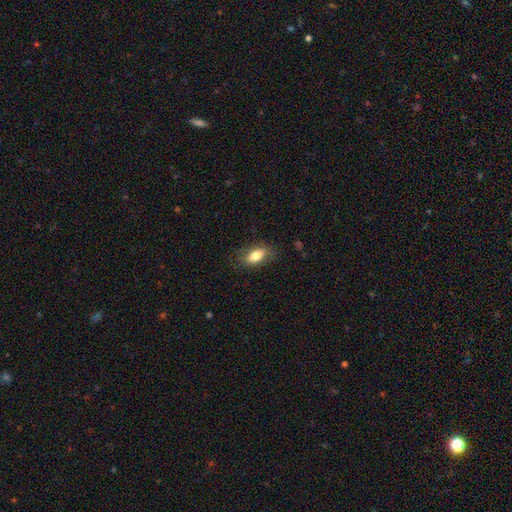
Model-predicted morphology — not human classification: Overall: smooth (77%). How rounded: in between (88%). Merging: none (77%).